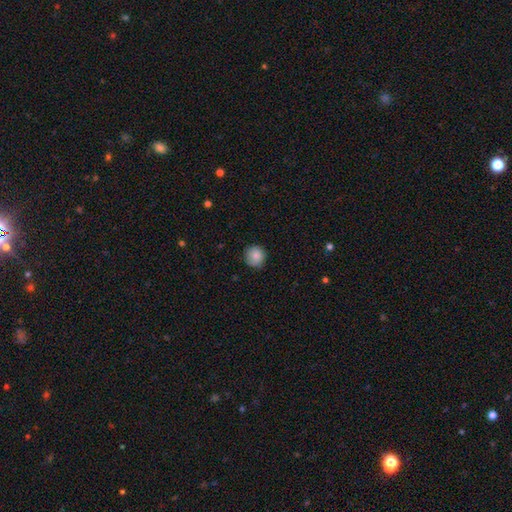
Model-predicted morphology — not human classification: A smooth galaxy with no disk features (86%) that is round (92%). Merging: none (84%).